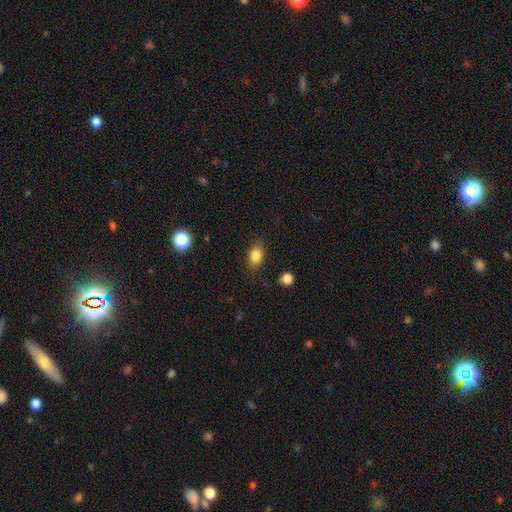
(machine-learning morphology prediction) A smooth galaxy with no disk features (84%) that is in between round and cigar-shaped (78%). Merging: none (83%).